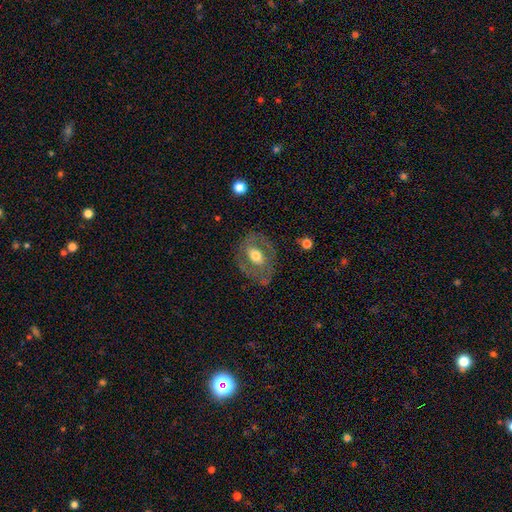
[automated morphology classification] A featured or disk galaxy (57%) with no bar (57%), no spiral arms (64%) and a moderate central bulge (62%). Merging: none (70%).